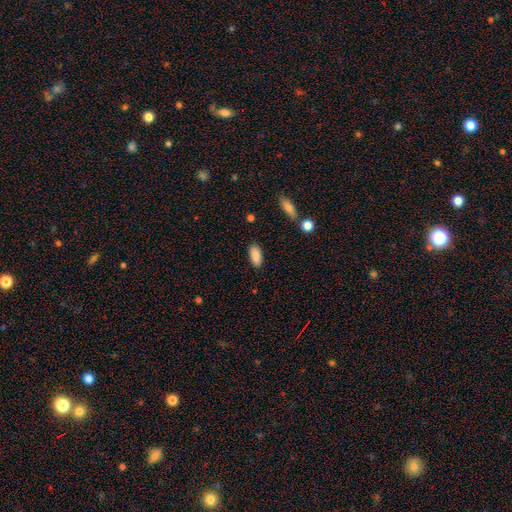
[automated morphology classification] Smooth or featured?
  - smooth: 88% *
  - star or artifact: 7%
  - featured or disk: 5%
How rounded?
  - in between: 88% *
  - cigar-shaped: 9%
  - round: 2%
Merging?
  - none: 86% *
  - minor disturbance: 9%
  - major disturbance: 2%
  - merger: 2%